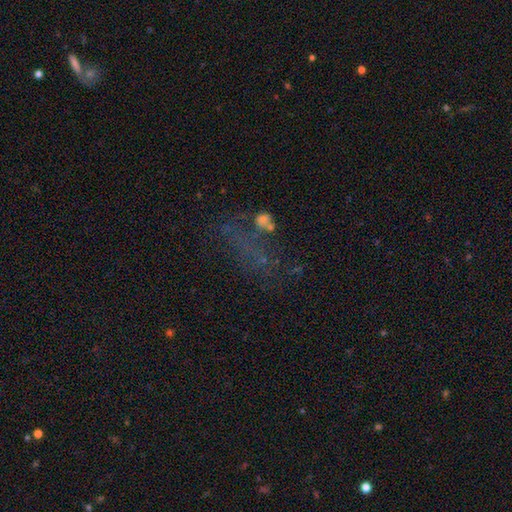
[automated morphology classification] A star or artifact, not a galaxy (42%).

Vote fractions:
- Smooth or featured? star or artifact: 42% / smooth: 33% / featured or disk: 25%